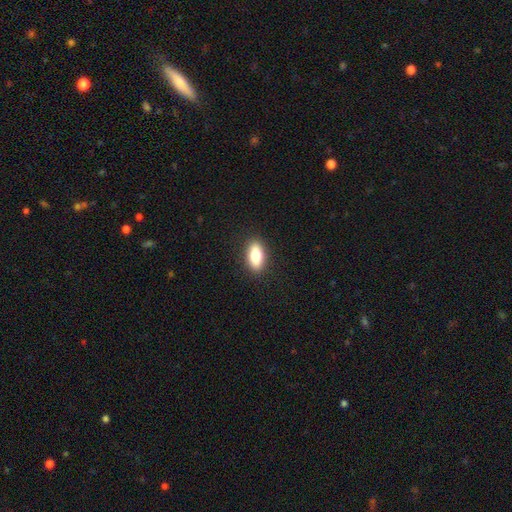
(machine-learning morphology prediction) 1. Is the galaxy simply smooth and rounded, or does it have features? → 78% smooth, 15% featured or disk, 7% star or artifact.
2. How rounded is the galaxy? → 83% in between, 13% cigar-shaped, 5% round.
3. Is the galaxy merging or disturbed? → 89% none, 8% minor disturbance, 2% major disturbance, 1% merger.